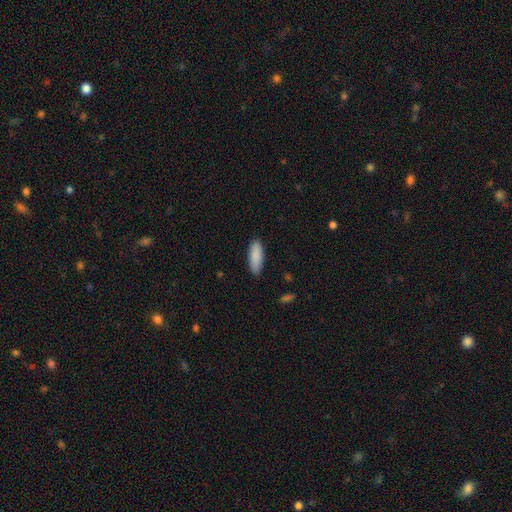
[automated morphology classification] smooth_or_featured: smooth (p=0.89) [alt: star or artifact p=0.06]
how_rounded: in between (p=0.67) [alt: cigar-shaped p=0.31]
merging: none (p=0.86) [alt: minor disturbance p=0.11]